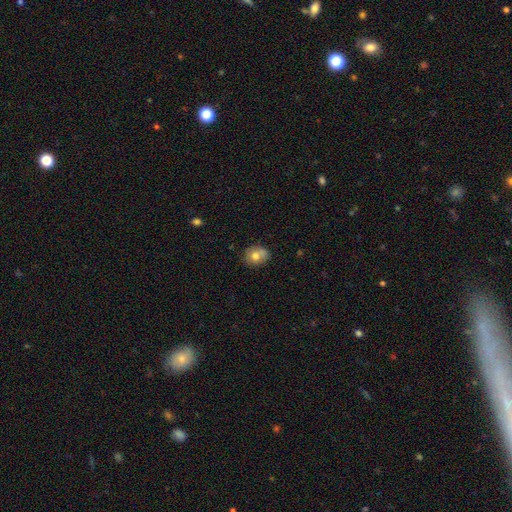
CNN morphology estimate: smooth_or_featured: smooth (p=0.73) [alt: featured or disk p=0.17]
how_rounded: round (p=0.63) [alt: in between p=0.36]
merging: none (p=0.69) [alt: minor disturbance p=0.21]